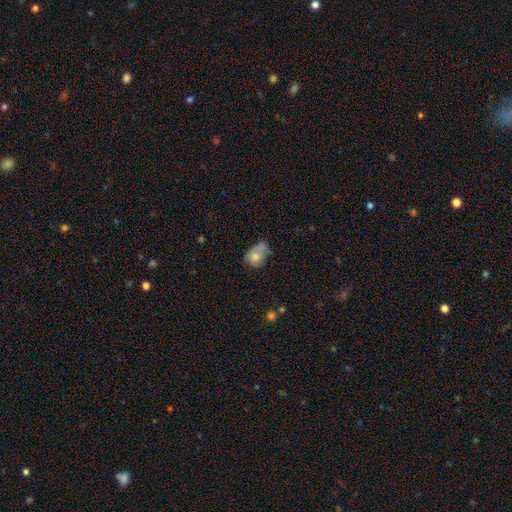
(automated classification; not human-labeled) Smooth or featured? smooth (67%)
How rounded? in between (63%)
Merging? none (31%)